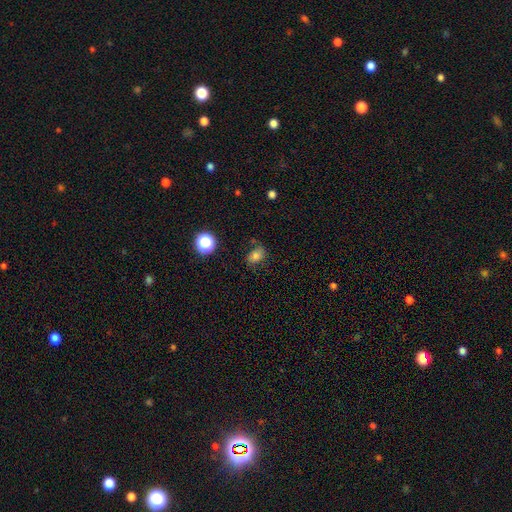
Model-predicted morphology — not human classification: Smooth or featured: smooth — 75% (star or artifact — 15%)
How rounded: in between — 71% (round — 28%)
Merging: none — 68% (minor disturbance — 20%)